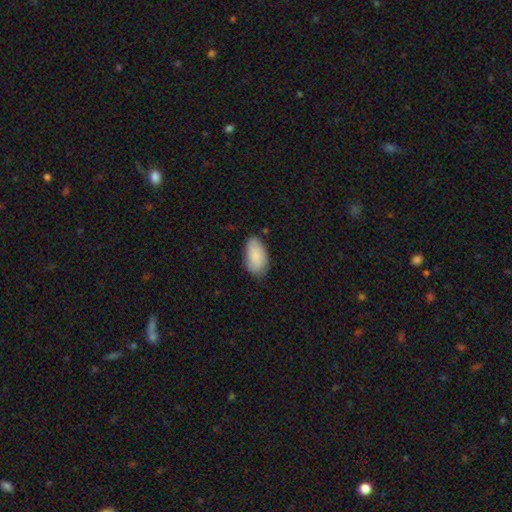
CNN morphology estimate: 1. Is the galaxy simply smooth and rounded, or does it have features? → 86% smooth, 9% featured or disk, 6% star or artifact.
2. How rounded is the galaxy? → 95% in between, 3% round, 3% cigar-shaped.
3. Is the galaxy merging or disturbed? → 73% none, 22% minor disturbance, 4% major disturbance, 1% merger.